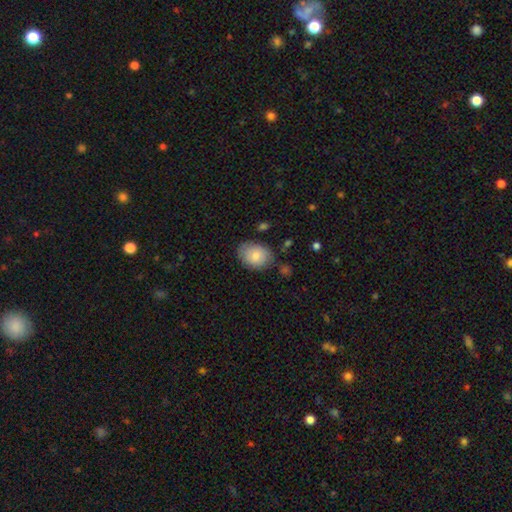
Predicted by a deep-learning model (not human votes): A smooth galaxy with no disk features (79%) that is in between round and cigar-shaped (71%).

Vote fractions:
- Smooth or featured? smooth: 79% / featured or disk: 14% / star or artifact: 7%
- How rounded? in between: 71% / round: 28% / cigar-shaped: 1%
- Merging? none: 74% / minor disturbance: 19% / major disturbance: 4% / merger: 3%